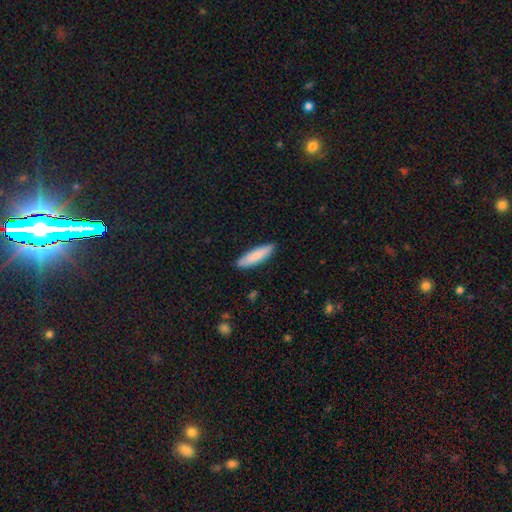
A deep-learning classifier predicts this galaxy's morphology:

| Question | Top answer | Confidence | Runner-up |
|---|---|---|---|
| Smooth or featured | smooth | 85% | featured or disk (9%) |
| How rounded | cigar-shaped | 72% | in between (27%) |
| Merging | none | 88% | minor disturbance (9%) |